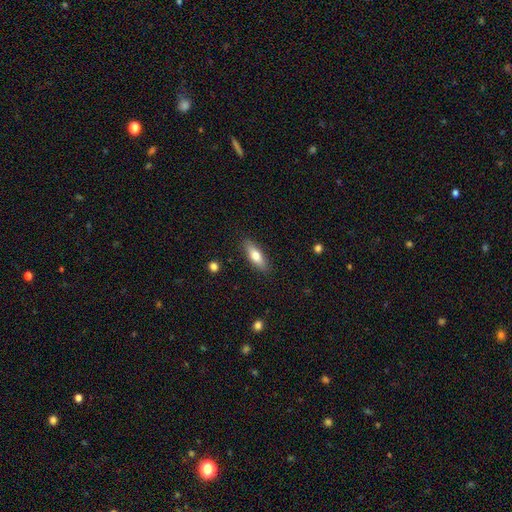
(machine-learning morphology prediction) Smooth or featured? Predicted: smooth (p=0.70). How rounded? Predicted: in between (p=0.56). Merging? Predicted: none (p=0.87).